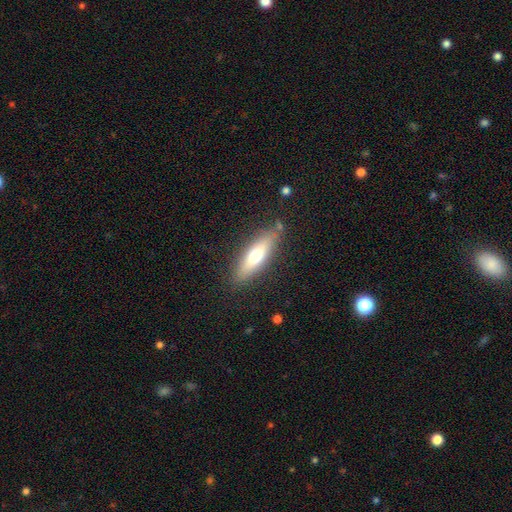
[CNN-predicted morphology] Smooth or featured: smooth — 59% (featured or disk — 34%)
How rounded: cigar-shaped — 61% (in between — 37%)
Merging: none — 82% (minor disturbance — 12%)